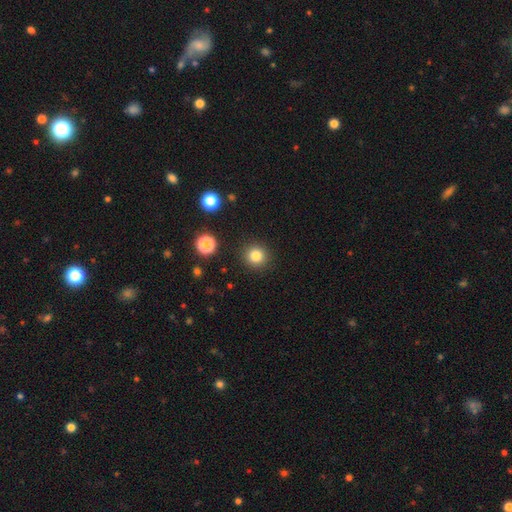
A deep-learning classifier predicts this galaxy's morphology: A smooth galaxy with no disk features (82%) that is round (94%). Merging: none (91%).